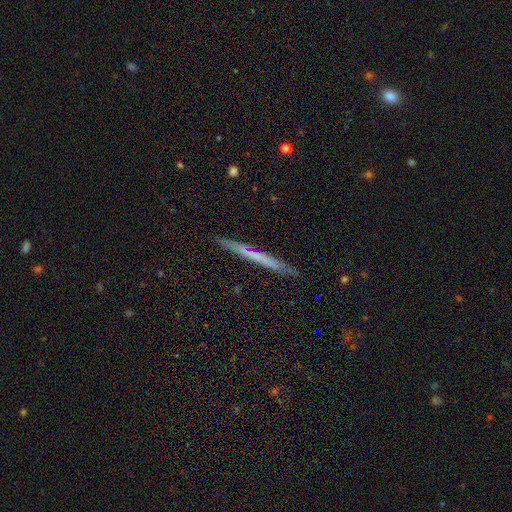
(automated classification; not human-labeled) Smooth or featured?
  - featured or disk: 48% *
  - smooth: 45%
  - star or artifact: 7%
Merging?
  - none: 90% *
  - minor disturbance: 8%
  - major disturbance: 1%
  - merger: 1%